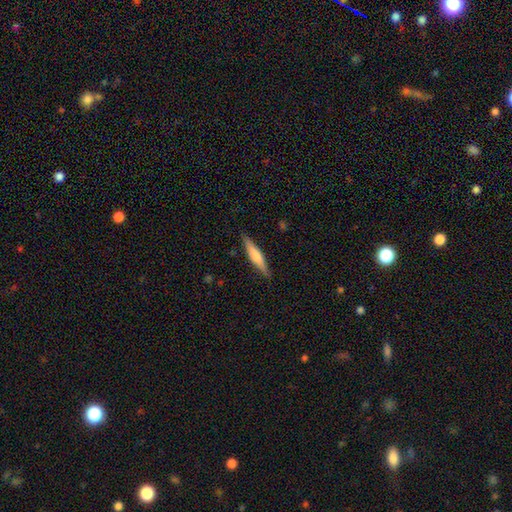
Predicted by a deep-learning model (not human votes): A smooth galaxy with no disk features (50%) that is cigar-shaped (87%). Merging: none (89%).